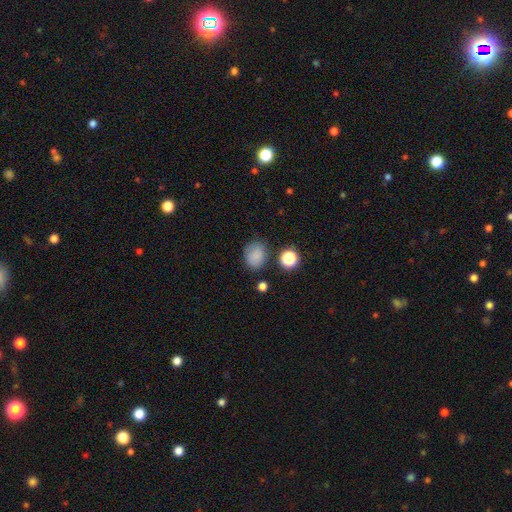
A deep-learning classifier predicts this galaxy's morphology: A smooth galaxy with no disk features (80%) that is round (56%).

Vote fractions:
- Smooth or featured? smooth: 80% / star or artifact: 12% / featured or disk: 8%
- How rounded? round: 56% / in between: 43% / cigar-shaped: 1%
- Merging? none: 74% / minor disturbance: 17% / major disturbance: 5% / merger: 4%